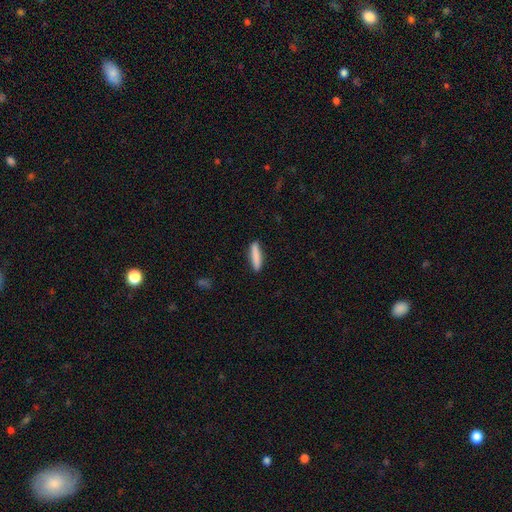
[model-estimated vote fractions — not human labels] This appears to be a smooth galaxy with no disk features (85%) that is cigar-shaped (84%). Merging: none (90%).